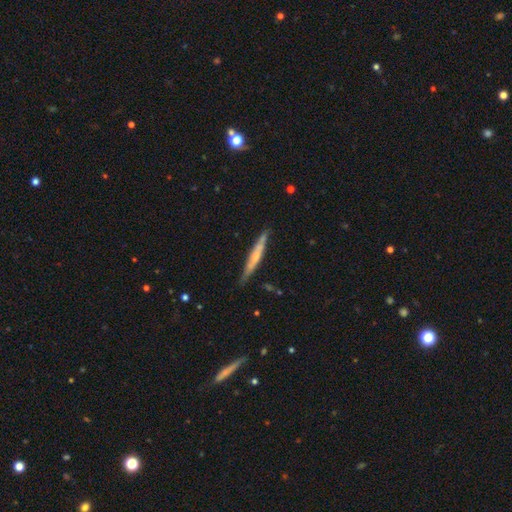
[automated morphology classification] featured or disk 54%, smooth 41%, star or artifact 6%. Down the decision tree: edge-on disk — yes (91%); merging — none (80%).